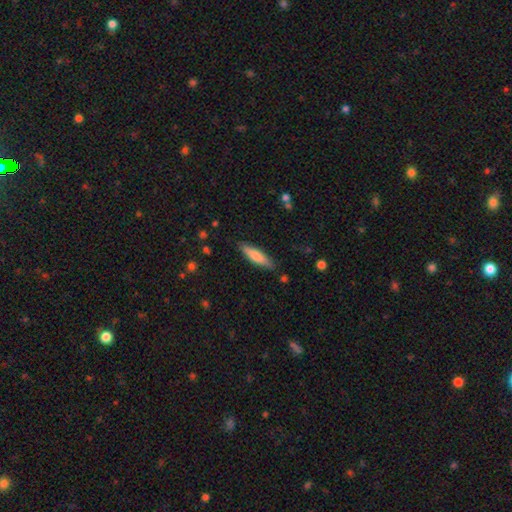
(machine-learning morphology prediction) Smooth or featured: smooth — 69% (featured or disk — 26%)
How rounded: cigar-shaped — 73% (in between — 26%)
Merging: none — 86% (minor disturbance — 11%)